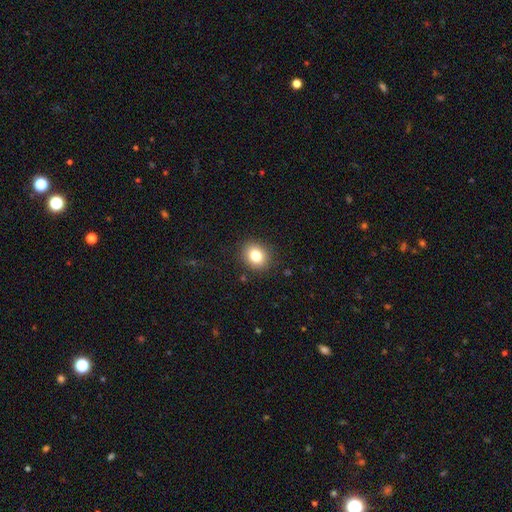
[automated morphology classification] Q: Smooth or featured?
A: smooth (80%); runner-up: star or artifact (11%)
Q: How rounded?
A: round (62%); runner-up: in between (37%)
Q: Merging?
A: none (89%); runner-up: minor disturbance (7%)